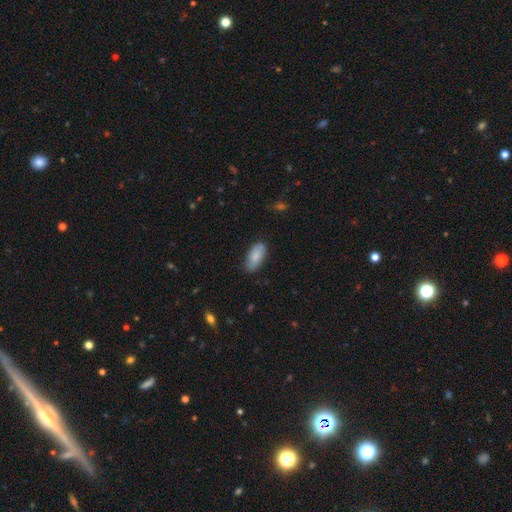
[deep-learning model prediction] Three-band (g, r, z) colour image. It shows a smooth galaxy with no disk features (84%) that is in between round and cigar-shaped (90%). Merging: none (79%).